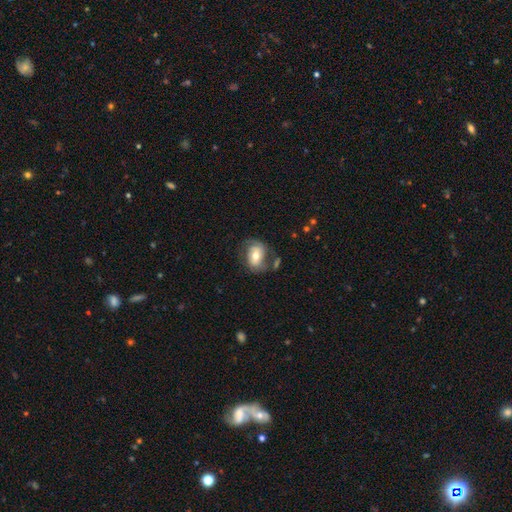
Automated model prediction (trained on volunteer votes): This is possibly a featured or disk galaxy (49%). Merging: possibly none (51%).